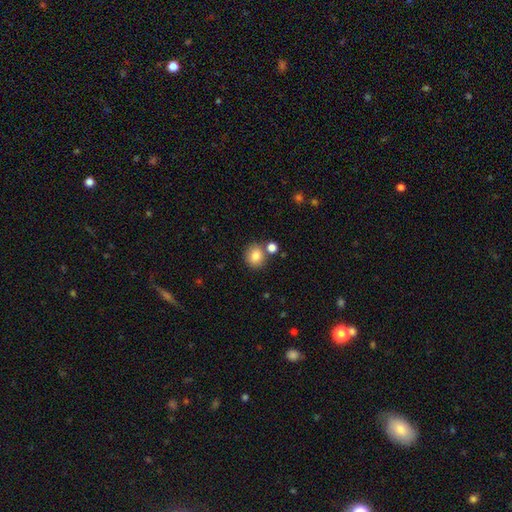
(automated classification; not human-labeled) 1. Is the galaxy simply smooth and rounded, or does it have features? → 82% smooth, 10% star or artifact, 8% featured or disk.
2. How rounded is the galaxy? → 77% round, 22% in between, 1% cigar-shaped.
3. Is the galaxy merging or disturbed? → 71% none, 16% merger, 10% minor disturbance, 3% major disturbance.